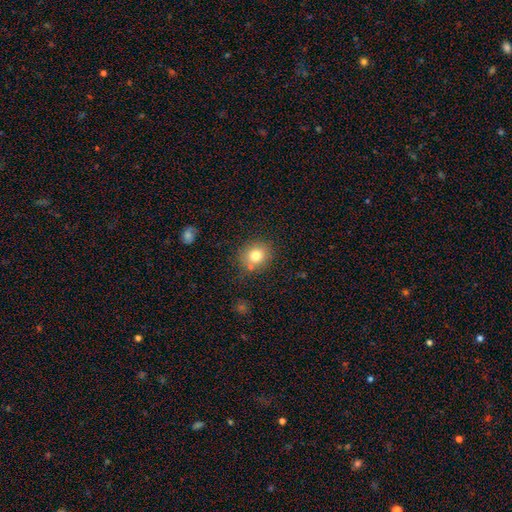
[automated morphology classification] Q: Smooth or featured?
A: smooth (78%); runner-up: star or artifact (12%)
Q: How rounded?
A: round (76%); runner-up: in between (23%)
Q: Merging?
A: none (75%); runner-up: minor disturbance (12%)